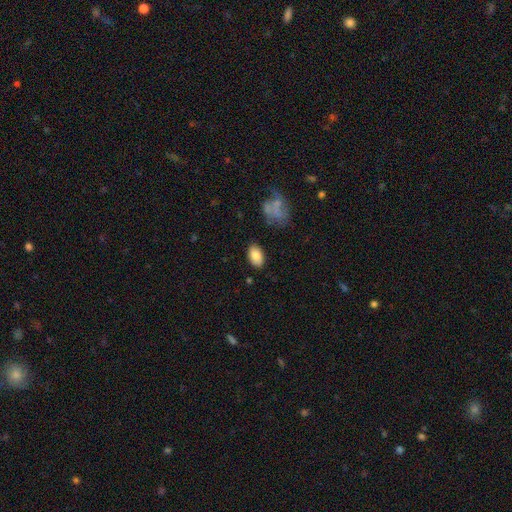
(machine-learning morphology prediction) A smooth galaxy with no disk features (83%) that is in between round and cigar-shaped (93%). Merging: none (83%).